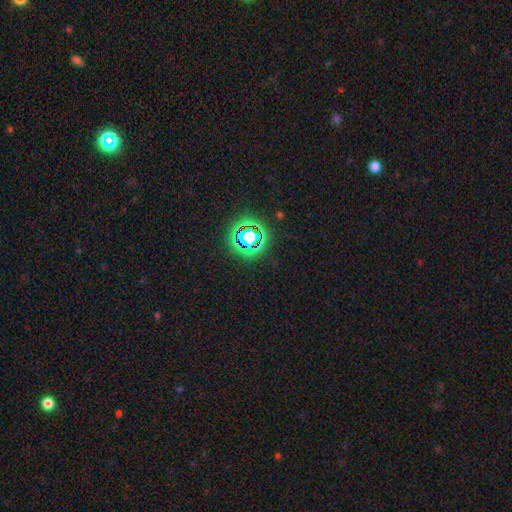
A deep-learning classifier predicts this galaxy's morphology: This is likely a star or artifact rather than a galaxy (77%).